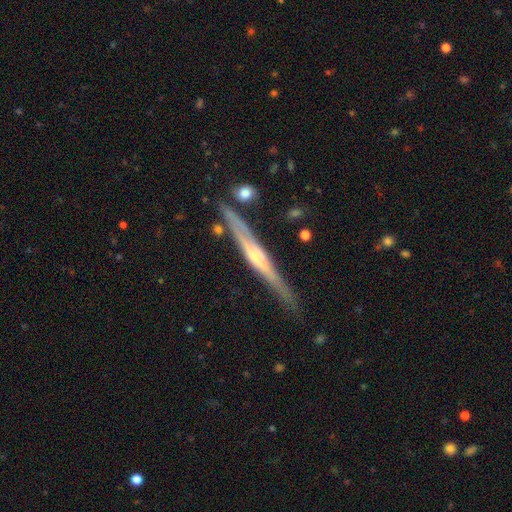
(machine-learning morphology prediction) This appears to be a featured or disk galaxy (76%) viewed edge-on (97%) with a rounded central bulge (65%). Merging: none (82%).